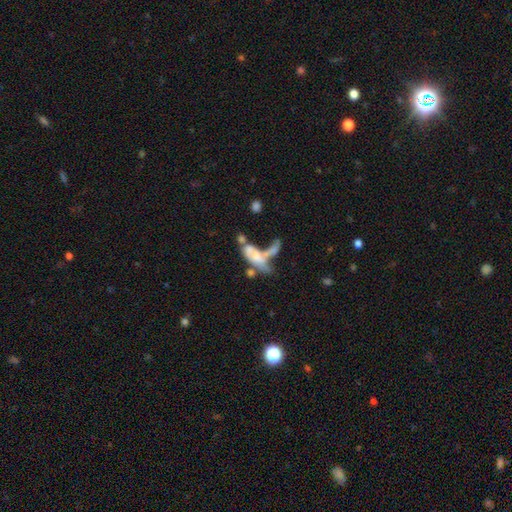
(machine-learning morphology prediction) A featured or disk galaxy (48%).

Vote fractions:
- Smooth or featured? featured or disk: 48% / smooth: 41% / star or artifact: 11%
- Merging? merger: 54% / major disturbance: 25% / none: 12% / minor disturbance: 9%